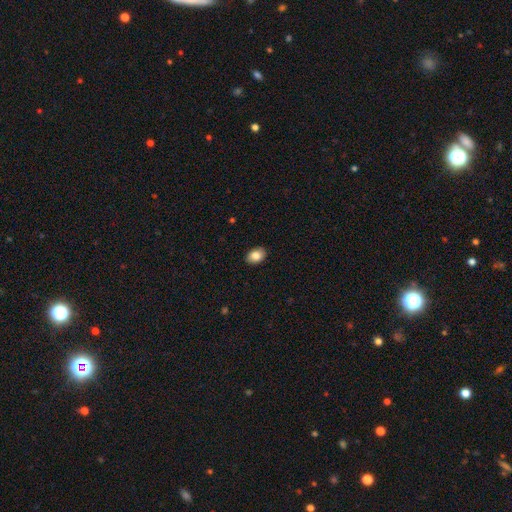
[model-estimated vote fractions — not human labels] Smooth or featured: smooth — 85% (star or artifact — 8%)
How rounded: in between — 79% (round — 20%)
Merging: none — 90% (minor disturbance — 8%)